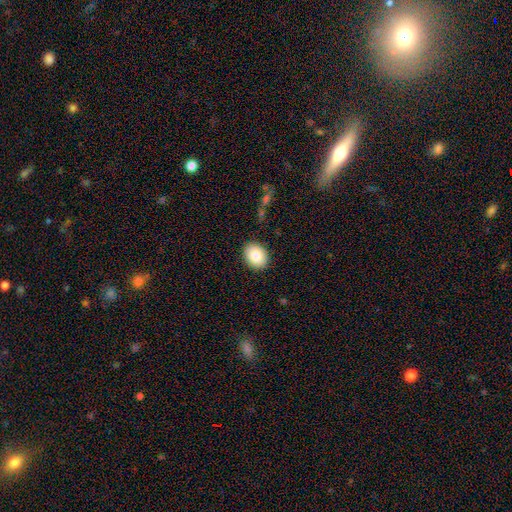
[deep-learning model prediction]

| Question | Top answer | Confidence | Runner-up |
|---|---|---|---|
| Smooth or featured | smooth | 85% | featured or disk (8%) |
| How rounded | in between | 60% | round (39%) |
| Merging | none | 90% | minor disturbance (7%) |